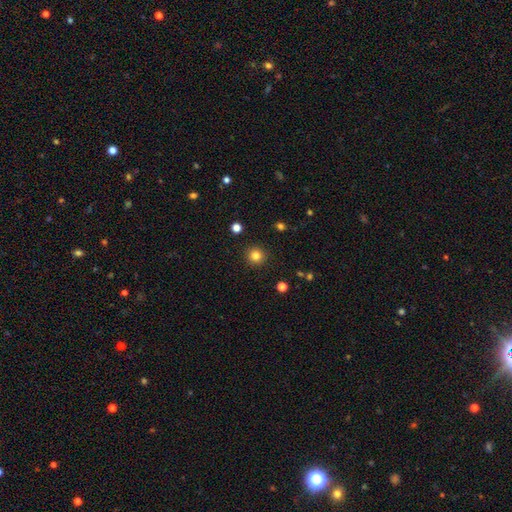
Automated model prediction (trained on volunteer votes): smooth 82%, star or artifact 13%, featured or disk 5%. Down the decision tree: how rounded — round (95%); merging — none (92%).